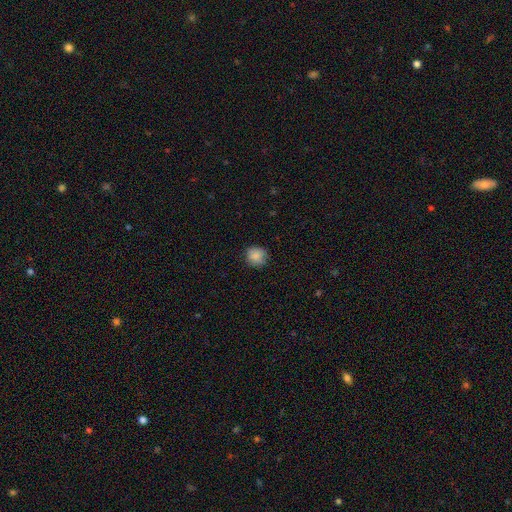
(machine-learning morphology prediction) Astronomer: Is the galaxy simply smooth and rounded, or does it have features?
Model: smooth — 87%.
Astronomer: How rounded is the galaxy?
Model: round — 84%.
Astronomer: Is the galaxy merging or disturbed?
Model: none — 81%.